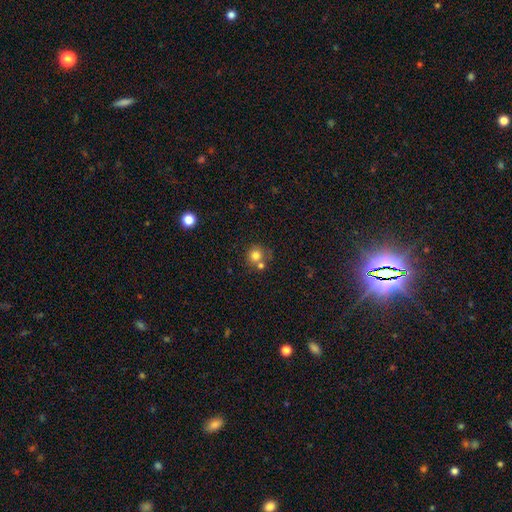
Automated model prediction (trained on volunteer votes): smooth_or_featured: smooth (p=0.79) [alt: star or artifact p=0.12]
how_rounded: round (p=0.89) [alt: in between p=0.11]
merging: none (p=0.54) [alt: merger p=0.32]